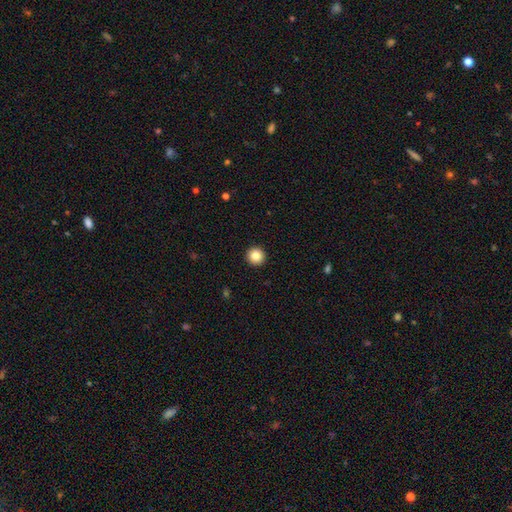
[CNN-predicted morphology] The model was most divided on "smooth or featured": smooth: 85%, star or artifact: 10%, featured or disk: 5%. More confident: how rounded — round (96%); merging — none (94%).